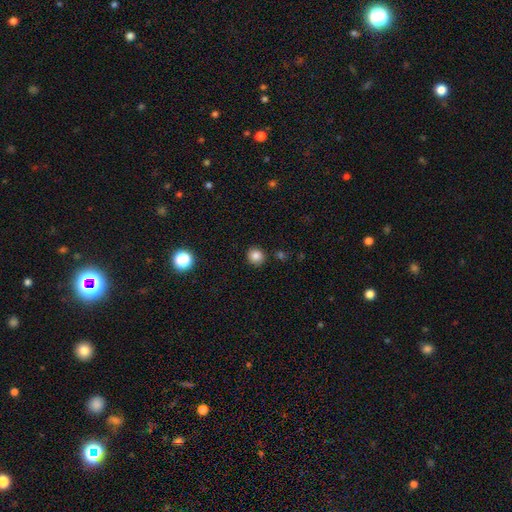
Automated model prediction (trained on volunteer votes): smooth_or_featured: smooth (p=0.83) [alt: star or artifact p=0.12]
how_rounded: round (p=0.91) [alt: in between p=0.08]
merging: none (p=0.88) [alt: minor disturbance p=0.07]